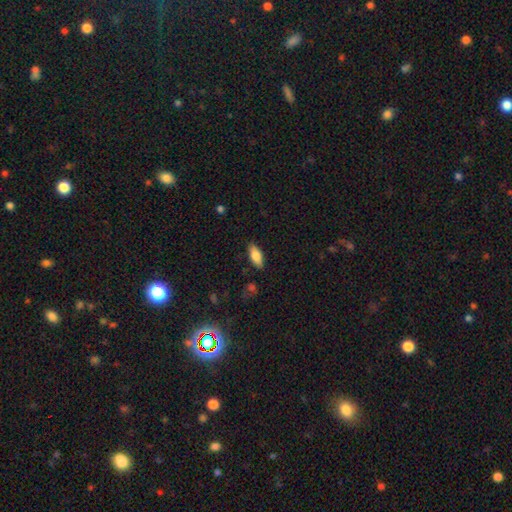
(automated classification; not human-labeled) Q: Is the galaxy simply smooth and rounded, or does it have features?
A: smooth — 80%.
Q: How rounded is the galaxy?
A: in between — 82%.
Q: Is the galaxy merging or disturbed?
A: none — 86%.